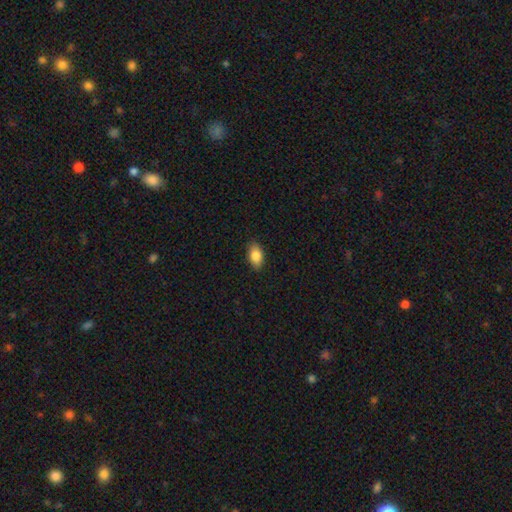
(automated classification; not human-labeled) A smooth galaxy with no disk features (86%) that is in between round and cigar-shaped (91%).

Vote fractions:
- Smooth or featured? smooth: 86% / featured or disk: 7% / star or artifact: 7%
- How rounded? in between: 91% / round: 5% / cigar-shaped: 3%
- Merging? none: 87% / minor disturbance: 10% / major disturbance: 2% / merger: 1%